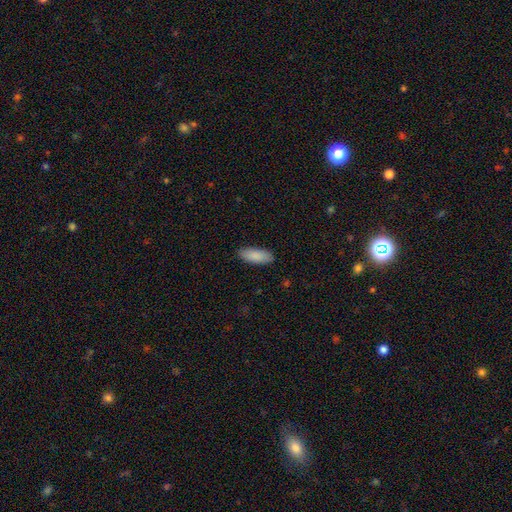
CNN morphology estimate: Smooth or featured: smooth — 89% (star or artifact — 6%)
How rounded: in between — 81% (cigar-shaped — 18%)
Merging: none — 87% (minor disturbance — 10%)